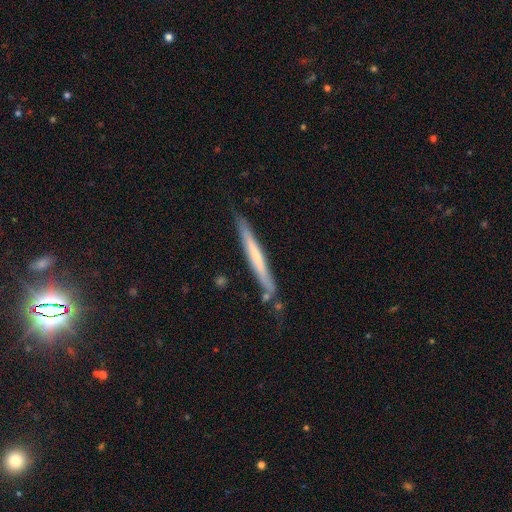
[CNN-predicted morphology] smooth_or_featured: featured or disk (p=0.58) [alt: smooth p=0.32]
disk_edge_on: yes (p=0.95) [alt: no p=0.05]
edge_on_bulge: none (p=0.60) [alt: rounded p=0.33]
merging: none (p=0.82) [alt: minor disturbance p=0.13]